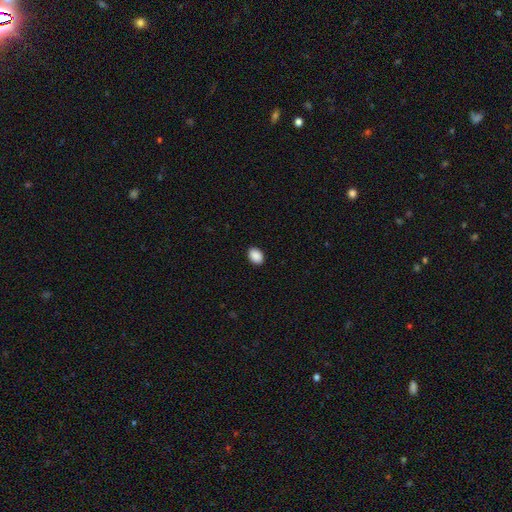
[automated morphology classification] Smooth or featured? Predicted: smooth (p=0.90). How rounded? Predicted: in between (p=0.74). Merging? Predicted: none (p=0.91).